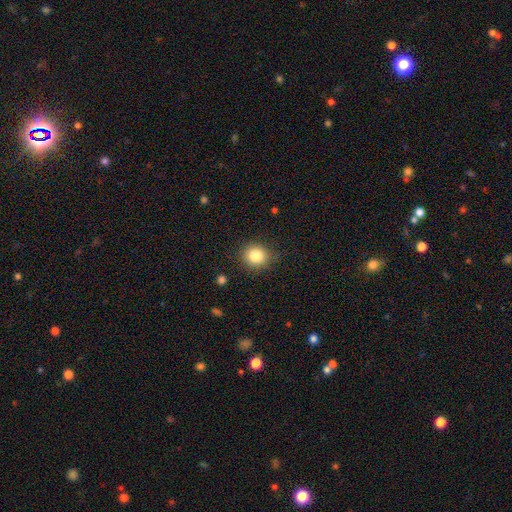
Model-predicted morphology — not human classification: type=smooth (83%); roundness=round (82%); merging=none (86%).